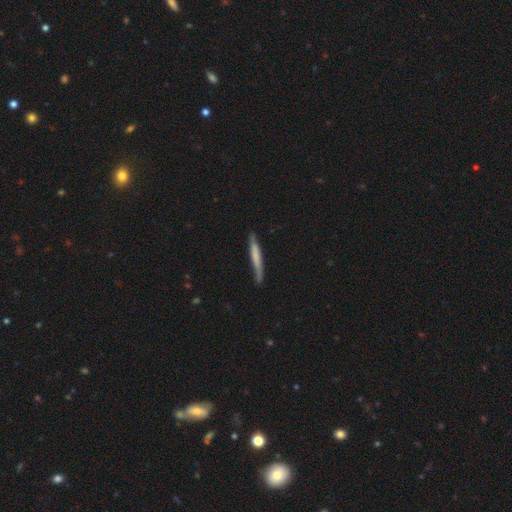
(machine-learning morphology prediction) The model was most divided on "smooth or featured": smooth: 56%, featured or disk: 38%, star or artifact: 5%. More confident: how rounded — cigar-shaped (96%); merging — none (75%).